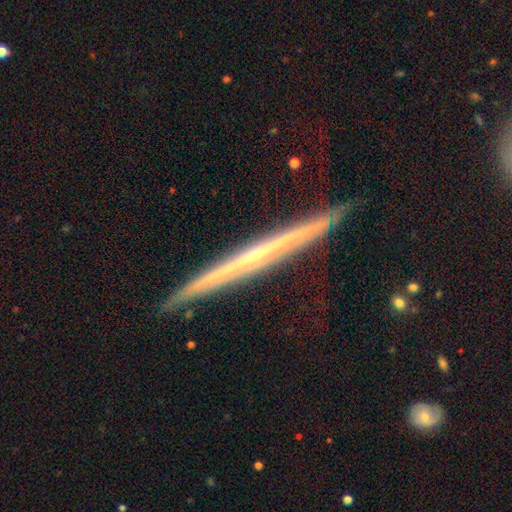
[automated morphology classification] This appears to be a featured or disk galaxy (79%) viewed edge-on (98%) with no central bulge (55%). Merging: none (87%).